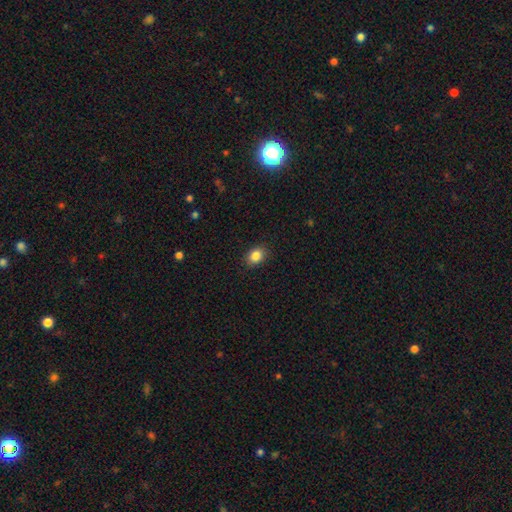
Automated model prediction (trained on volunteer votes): The model was most divided on "how rounded": in between: 61%, round: 38%, cigar-shaped: 1%. More confident: merging — none (88%); smooth or featured — smooth (86%).